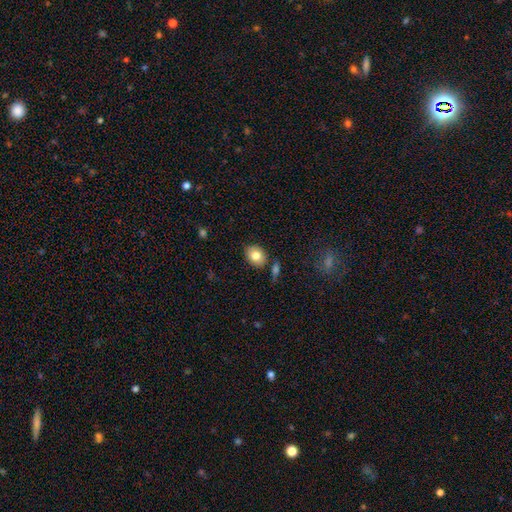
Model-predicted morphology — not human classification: A smooth galaxy with no disk features (80%) that is round (50%). Merging: none (80%).